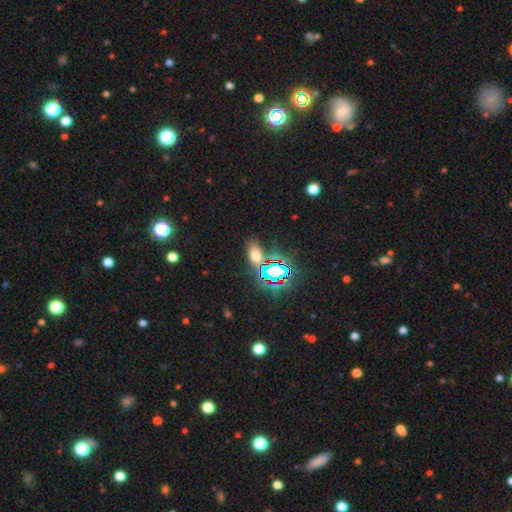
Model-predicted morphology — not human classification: Smooth or featured? smooth (51%)
How rounded? in between (82%)
Merging? none (75%)